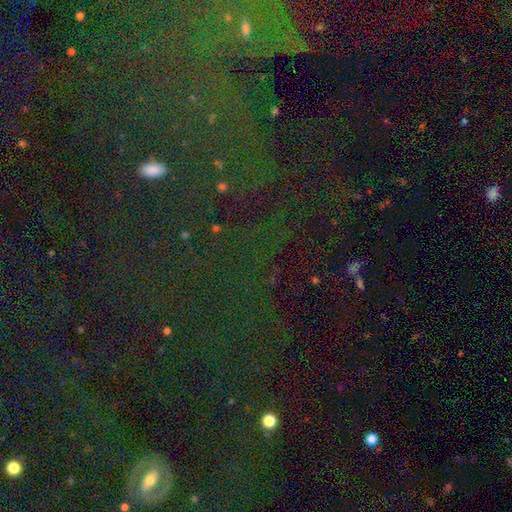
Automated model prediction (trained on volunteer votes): Smooth or featured: star or artifact — 77% (smooth — 13%)